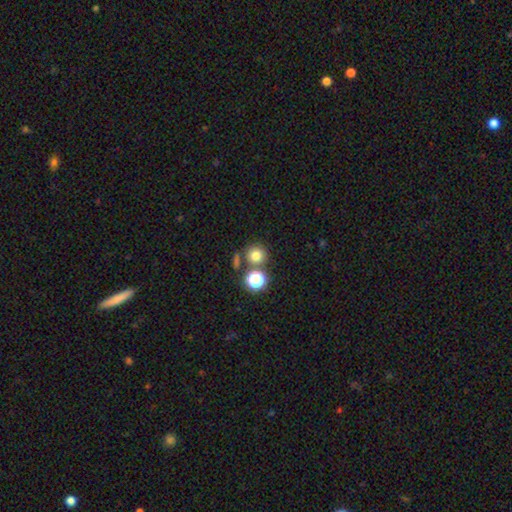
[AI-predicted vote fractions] This is likely a smooth galaxy (75%). How rounded: clearly round (90%). Merging: likely none (70%).